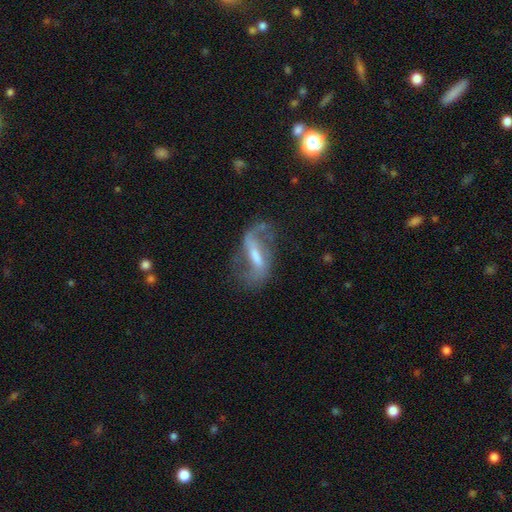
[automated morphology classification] type=featured or disk (81%); edge-on=no (93%); bar=strong (48%); spiral arms=yes (89%); winding=loose (66%); arm count=2 (85%); bulge=moderate (43%); merging=none (60%).